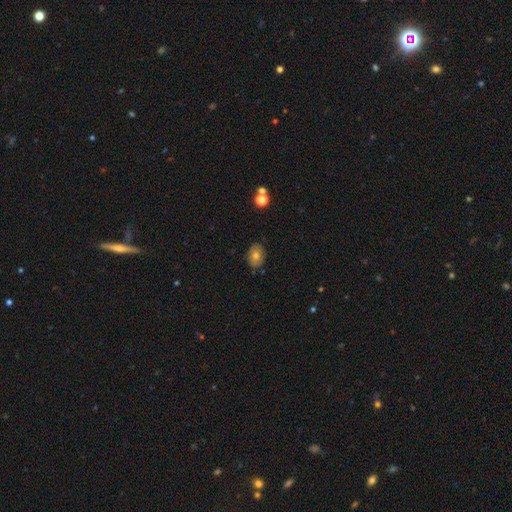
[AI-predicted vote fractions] Q: Smooth or featured?
A: smooth (70%); runner-up: featured or disk (20%)
Q: How rounded?
A: in between (76%); runner-up: round (23%)
Q: Merging?
A: none (83%); runner-up: minor disturbance (12%)